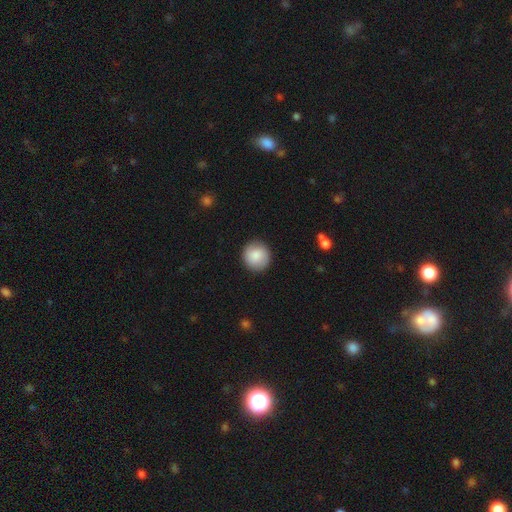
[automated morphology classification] The model was most divided on "smooth or featured": smooth: 83%, featured or disk: 10%, star or artifact: 7%. More confident: how rounded — round (92%); merging — none (89%).